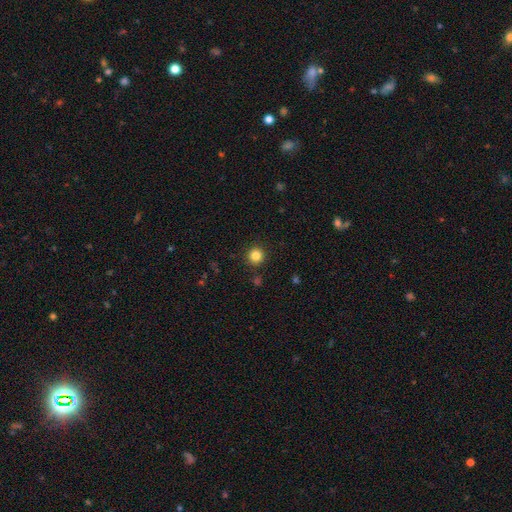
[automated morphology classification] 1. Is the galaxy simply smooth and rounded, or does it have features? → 84% smooth, 12% star or artifact, 4% featured or disk.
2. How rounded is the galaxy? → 95% round, 4% in between, 1% cigar-shaped.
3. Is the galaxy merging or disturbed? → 92% none, 5% minor disturbance, 2% major disturbance, 1% merger.